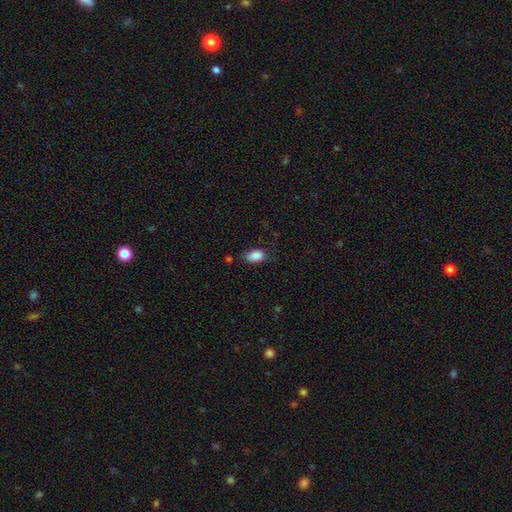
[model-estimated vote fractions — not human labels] This is clearly a smooth galaxy (87%). How rounded: clearly in between (89%). Merging: likely none (62%).